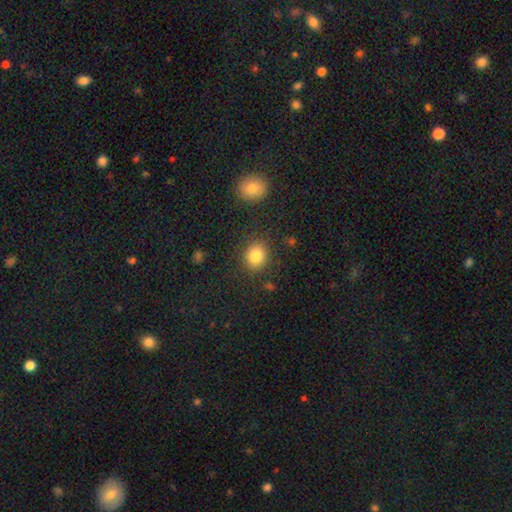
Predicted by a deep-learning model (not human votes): This appears to be a smooth galaxy with no disk features (83%) that is round (73%). Merging: none (85%).